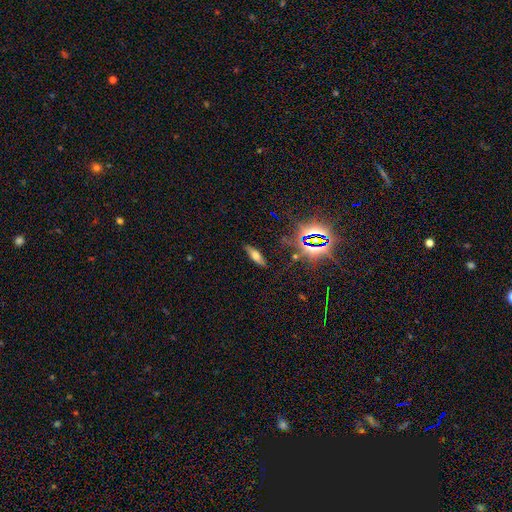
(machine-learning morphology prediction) Smooth or featured? Predicted: smooth (p=0.52). How rounded? Predicted: cigar-shaped (p=0.48, tied with in between). Merging? Predicted: none (p=0.85).